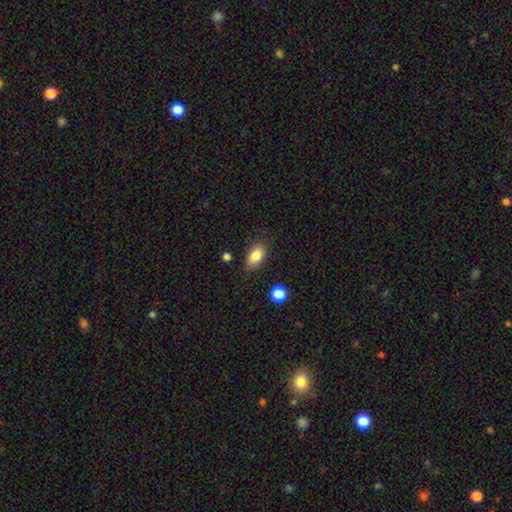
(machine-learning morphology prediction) Smooth or featured? Predicted: smooth (p=0.85). How rounded? Predicted: in between (p=0.89). Merging? Predicted: none (p=0.81).